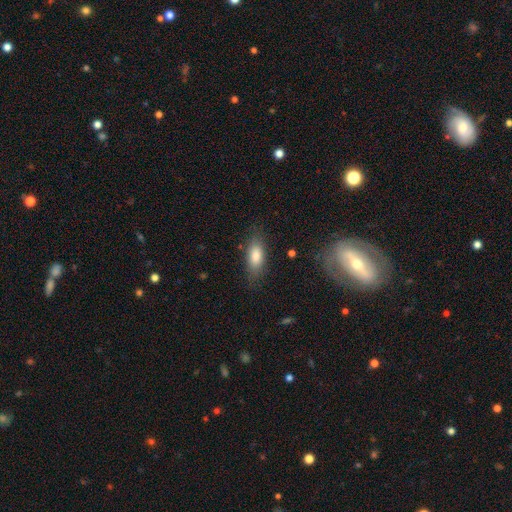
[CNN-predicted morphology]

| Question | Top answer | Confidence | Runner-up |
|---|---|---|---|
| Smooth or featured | smooth | 80% | featured or disk (12%) |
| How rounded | in between | 79% | cigar-shaped (18%) |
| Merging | none | 80% | minor disturbance (14%) |